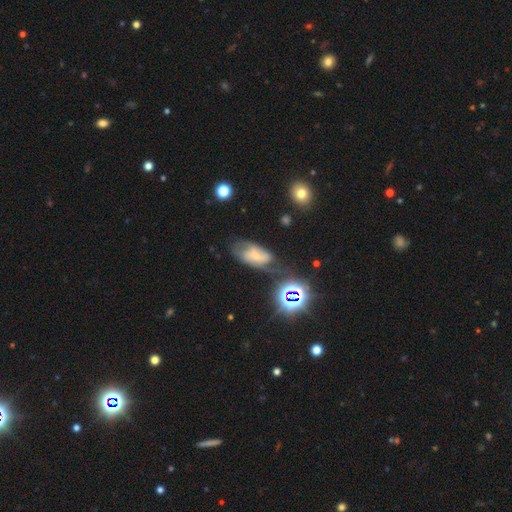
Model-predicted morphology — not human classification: smooth-or-featured: featured or disk: 45% | smooth: 39% | star or artifact: 16%
  merging: none: 43% | minor disturbance: 30% | major disturbance: 20% | merger: 7%